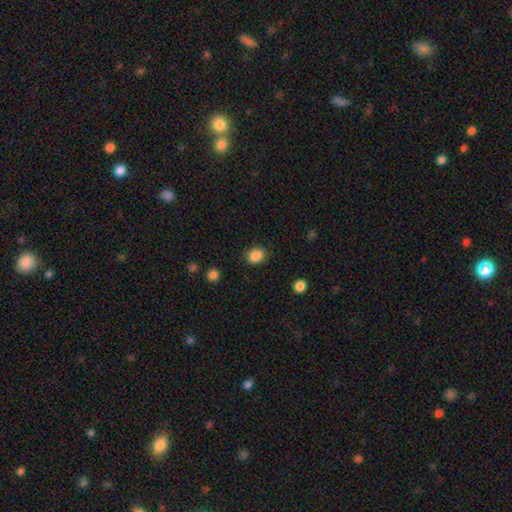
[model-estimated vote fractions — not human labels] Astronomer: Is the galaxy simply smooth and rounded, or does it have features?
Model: smooth — 87%.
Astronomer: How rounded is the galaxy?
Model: round — 59% (runner-up: in between, 41%).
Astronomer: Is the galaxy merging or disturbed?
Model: none — 86%.